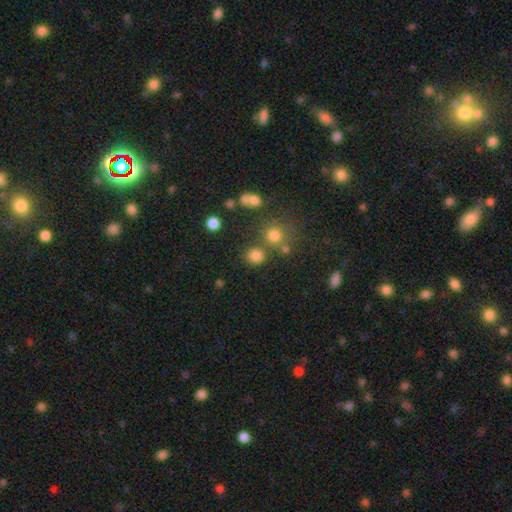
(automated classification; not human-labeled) smooth_or_featured: smooth (p=0.79) [alt: star or artifact p=0.15]
how_rounded: round (p=0.83) [alt: in between p=0.16]
merging: none (p=0.73) [alt: merger p=0.13]